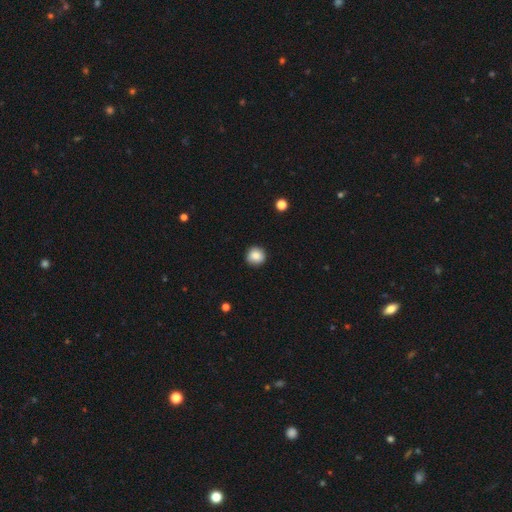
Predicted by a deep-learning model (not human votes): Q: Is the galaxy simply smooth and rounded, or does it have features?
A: smooth — 85%.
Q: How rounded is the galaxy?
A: round — 94%.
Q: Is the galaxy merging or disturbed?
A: none — 90%.